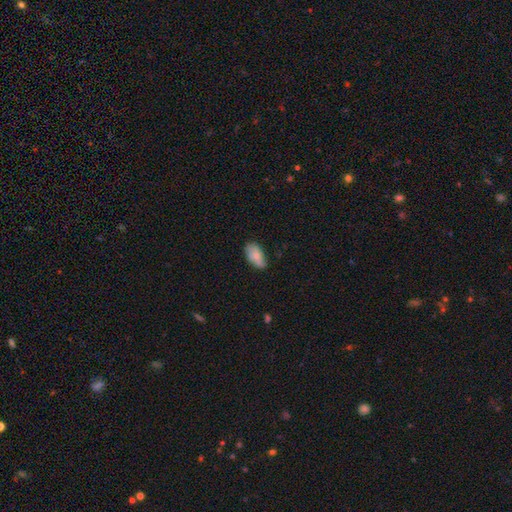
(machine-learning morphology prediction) The model was most divided on "merging": none: 59%, minor disturbance: 32%, major disturbance: 6%, merger: 2%. More confident: how rounded — in between (93%); smooth or featured — smooth (68%).